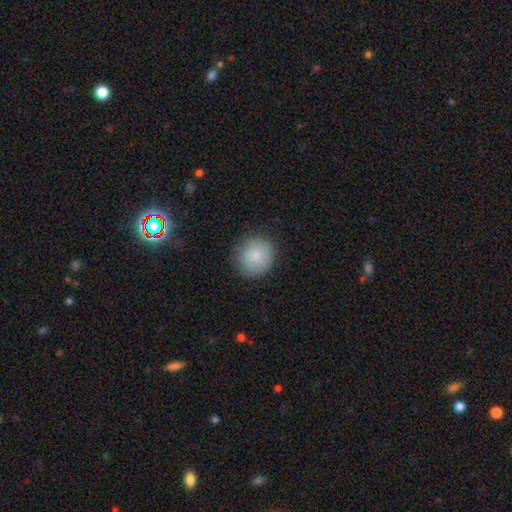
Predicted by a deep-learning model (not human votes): Smooth or featured?
  - smooth: 84% *
  - featured or disk: 8%
  - star or artifact: 7%
How rounded?
  - round: 90% *
  - in between: 9%
  - cigar-shaped: 1%
Merging?
  - none: 84% *
  - minor disturbance: 12%
  - major disturbance: 3%
  - merger: 1%